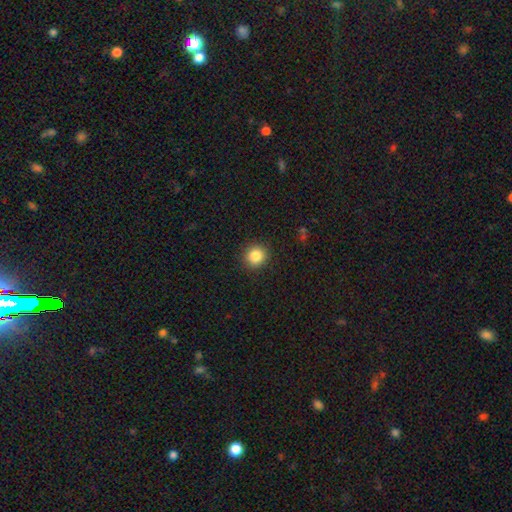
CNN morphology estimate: type=smooth (84%); roundness=round (90%); merging=none (91%).